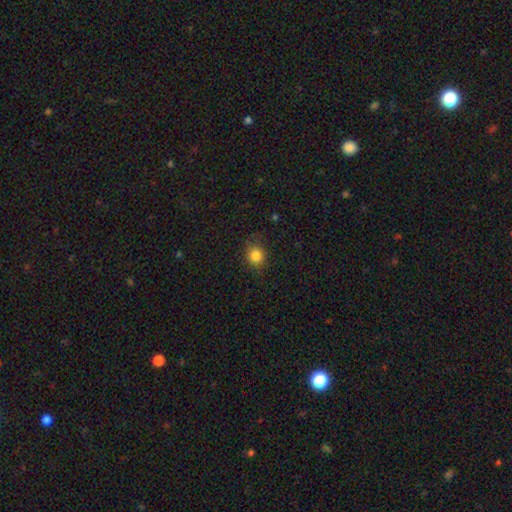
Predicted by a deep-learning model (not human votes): A smooth galaxy with no disk features (83%) that is round (79%).

Vote fractions:
- Smooth or featured? smooth: 83% / star or artifact: 12% / featured or disk: 5%
- How rounded? round: 79% / in between: 19% / cigar-shaped: 1%
- Merging? none: 79% / minor disturbance: 16% / major disturbance: 4% / merger: 1%